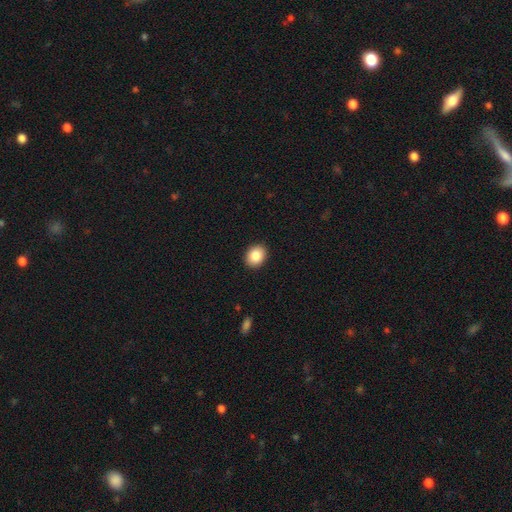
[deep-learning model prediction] smooth 86%, star or artifact 8%, featured or disk 6%. Down the decision tree: how rounded — round (54%); merging — none (91%).